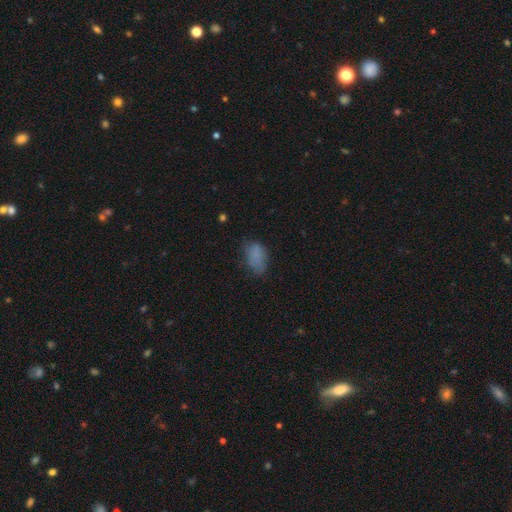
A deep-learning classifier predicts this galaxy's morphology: Smooth or featured?
  - smooth: 80% *
  - star or artifact: 11%
  - featured or disk: 9%
How rounded?
  - in between: 91% *
  - round: 7%
  - cigar-shaped: 2%
Merging?
  - none: 58% *
  - minor disturbance: 28%
  - major disturbance: 11%
  - merger: 2%